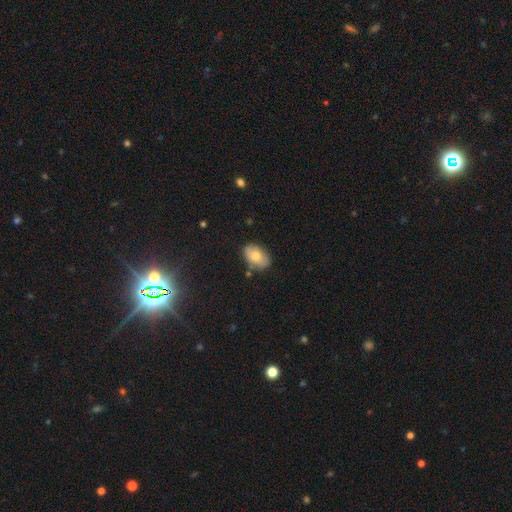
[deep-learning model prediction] The model was most divided on "smooth or featured": smooth: 70%, featured or disk: 21%, star or artifact: 8%. More confident: how rounded — in between (84%); merging — none (78%).